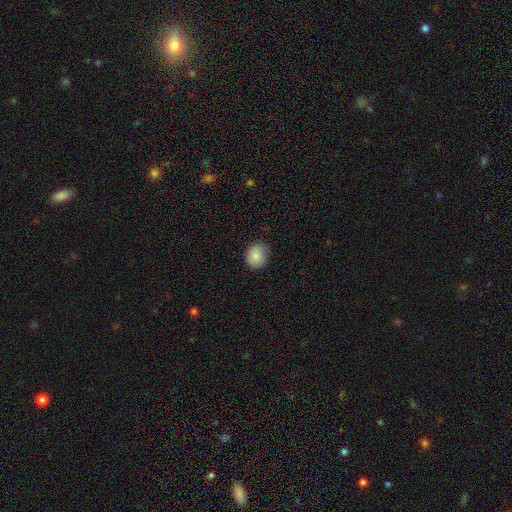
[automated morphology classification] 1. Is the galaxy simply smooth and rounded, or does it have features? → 87% smooth, 8% star or artifact, 5% featured or disk.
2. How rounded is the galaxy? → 72% round, 27% in between, 1% cigar-shaped.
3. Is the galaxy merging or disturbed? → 82% none, 14% minor disturbance, 3% major disturbance, 1% merger.